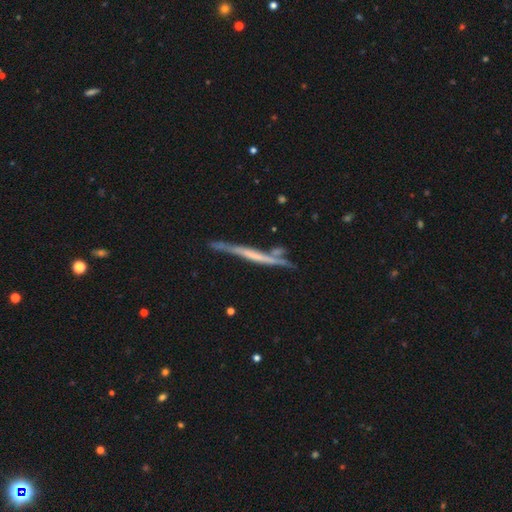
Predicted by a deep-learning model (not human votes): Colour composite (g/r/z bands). It shows a featured or disk galaxy (65%) viewed edge-on (94%) with no central bulge (77%). Merging: none (67%).